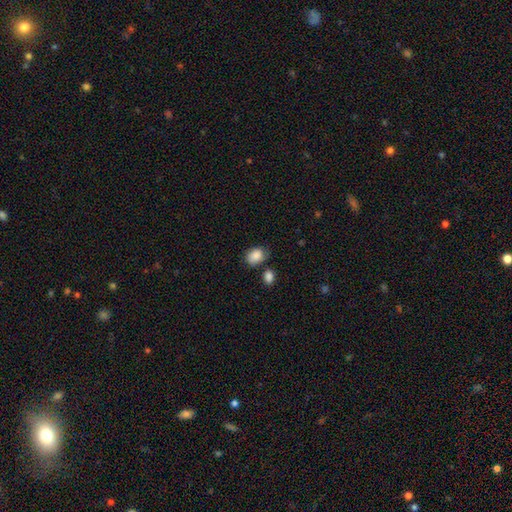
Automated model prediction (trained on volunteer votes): Smooth or featured: smooth — 86% (star or artifact — 8%)
How rounded: in between — 65% (round — 34%)
Merging: none — 61% (minor disturbance — 23%)